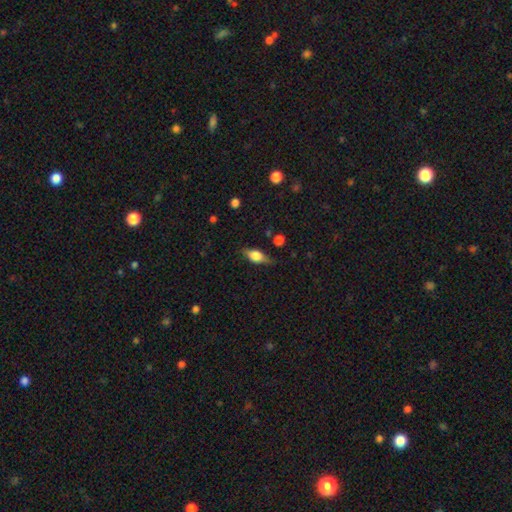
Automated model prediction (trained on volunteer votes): Morphology: type=smooth (55%); roundness=in between (75%); merging=none (76%).